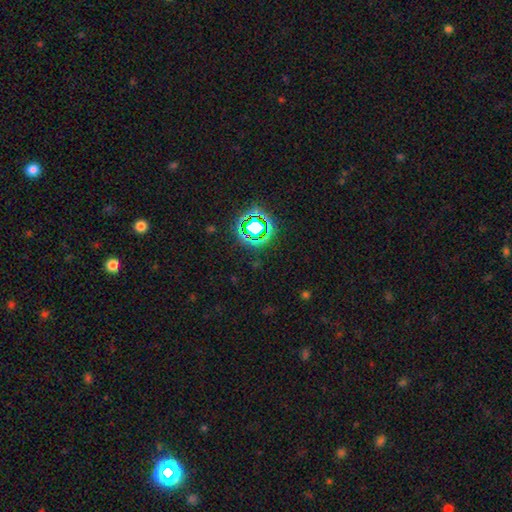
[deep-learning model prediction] This is likely a star or artifact rather than a galaxy (75%).